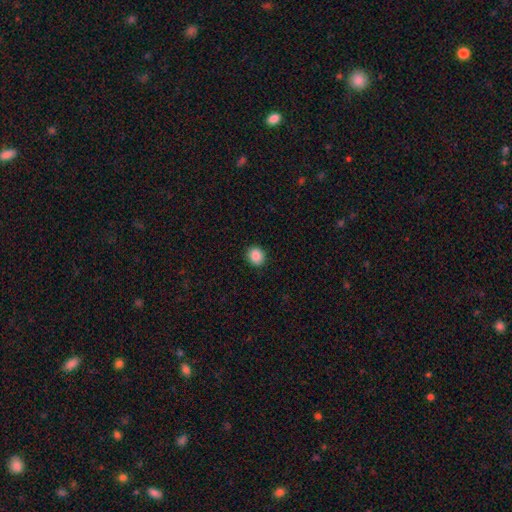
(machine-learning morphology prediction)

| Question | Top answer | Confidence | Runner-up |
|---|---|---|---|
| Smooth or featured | smooth | 88% | star or artifact (9%) |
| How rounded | round | 69% | in between (30%) |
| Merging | none | 91% | minor disturbance (6%) |